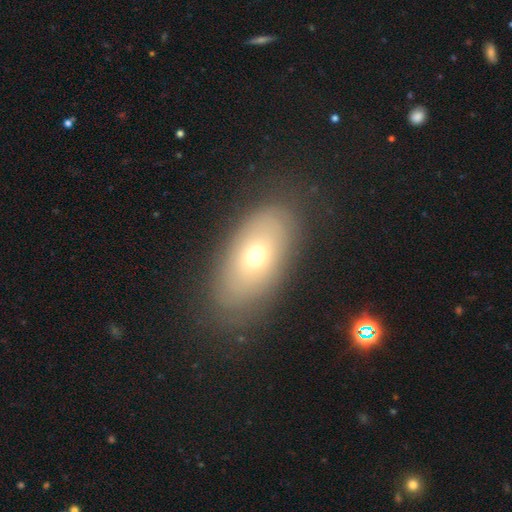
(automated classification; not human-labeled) Smooth or featured? smooth (60%)
How rounded? in between (88%)
Merging? none (81%)